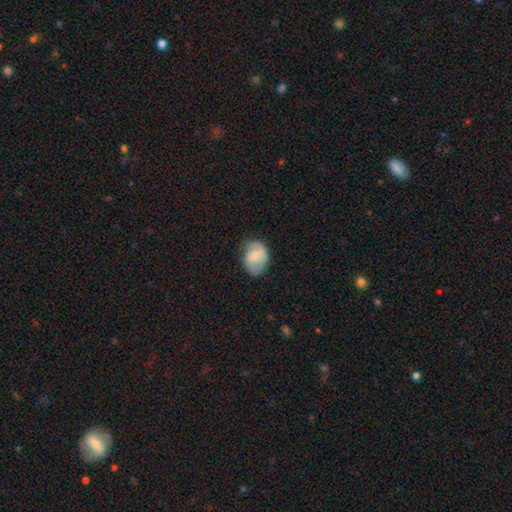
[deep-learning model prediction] Overall: smooth (65%; featured or disk 28%). How rounded: in between (66%; round 33%). Merging: none (56%; minor disturbance 33%).